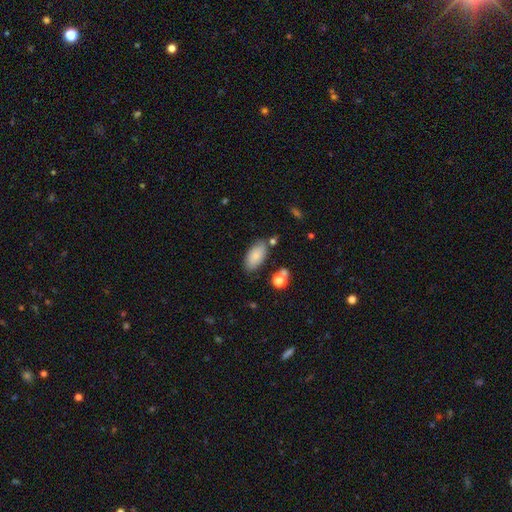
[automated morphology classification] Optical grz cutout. It shows a smooth galaxy with no disk features (80%) that is in between round and cigar-shaped (92%). Merging: none (73%).